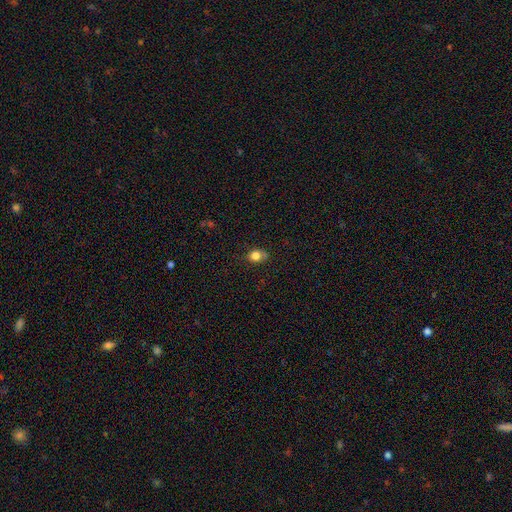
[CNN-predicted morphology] Q: Smooth or featured?
A: smooth (82%); runner-up: star or artifact (12%)
Q: How rounded?
A: round (65%); runner-up: in between (34%)
Q: Merging?
A: none (67%); runner-up: minor disturbance (23%)